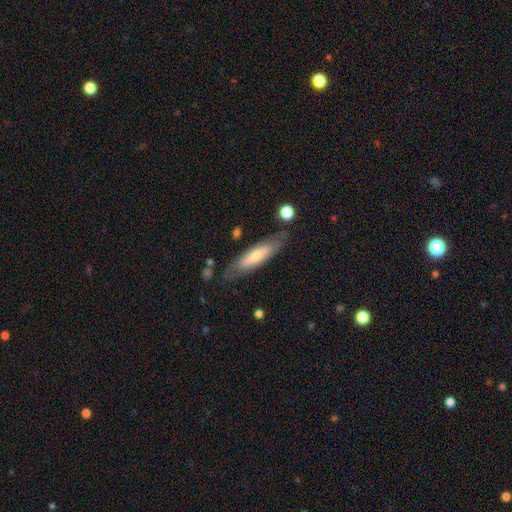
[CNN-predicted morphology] Smooth or featured? Predicted: smooth (p=0.47). Merging? Predicted: none (p=0.78).